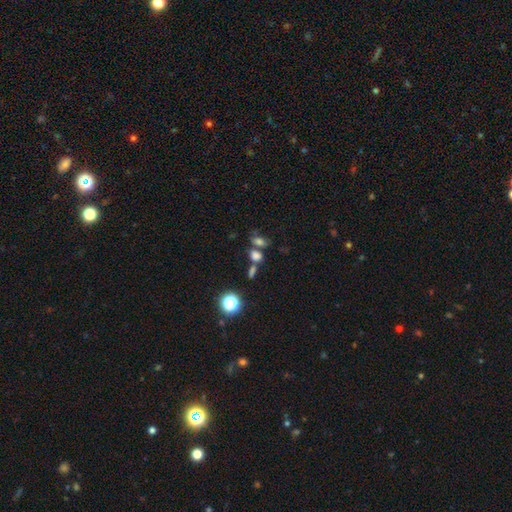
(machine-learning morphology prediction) The model was most divided on "merging": none: 47%, merger: 36%, minor disturbance: 12%, major disturbance: 6%. More confident: how rounded — in between (72%); smooth or featured — smooth (71%).